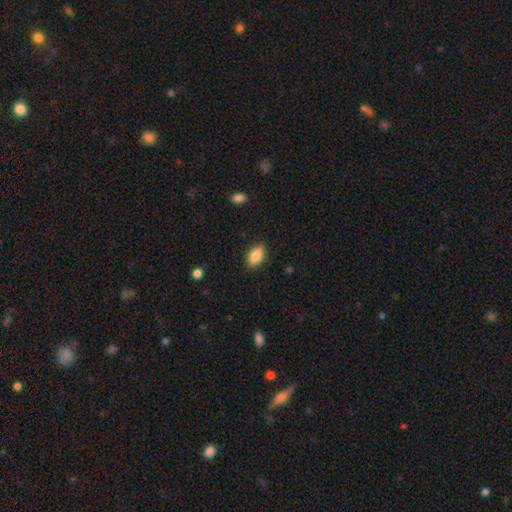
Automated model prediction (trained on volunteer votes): smooth-or-featured: smooth: 82% | featured or disk: 10% | star or artifact: 7%
  how-rounded: in between: 89% | cigar-shaped: 6% | round: 5%
  merging: none: 86% | minor disturbance: 10% | major disturbance: 2% | merger: 1%